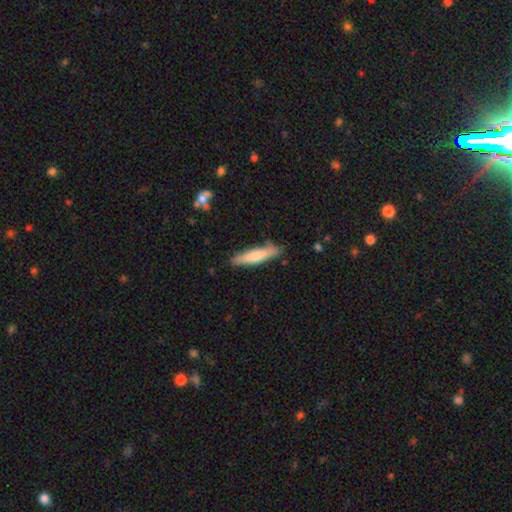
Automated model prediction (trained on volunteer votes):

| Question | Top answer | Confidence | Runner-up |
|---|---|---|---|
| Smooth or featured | smooth | 70% | featured or disk (24%) |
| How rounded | cigar-shaped | 86% | in between (13%) |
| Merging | none | 83% | minor disturbance (13%) |